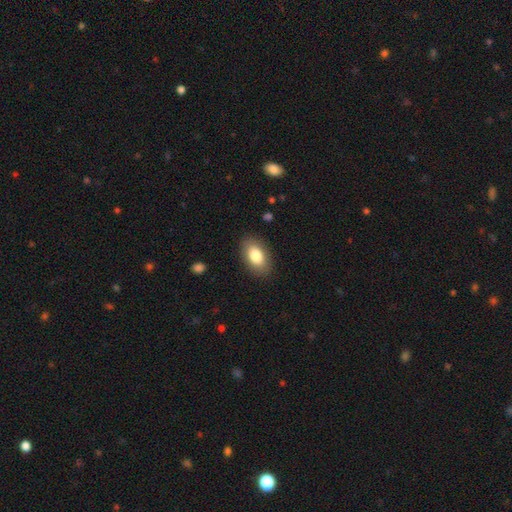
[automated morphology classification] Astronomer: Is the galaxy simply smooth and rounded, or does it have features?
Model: smooth — 82%.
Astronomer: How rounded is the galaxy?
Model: in between — 92%.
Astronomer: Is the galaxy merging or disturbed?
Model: none — 87%.